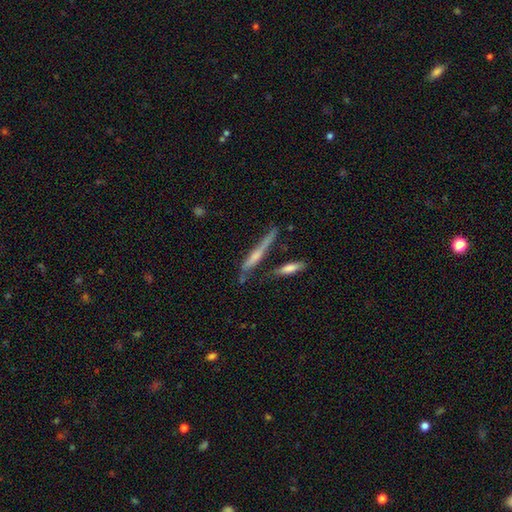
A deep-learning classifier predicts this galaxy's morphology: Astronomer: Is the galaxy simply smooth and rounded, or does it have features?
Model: featured or disk — 60%.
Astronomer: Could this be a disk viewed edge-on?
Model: yes — 93%.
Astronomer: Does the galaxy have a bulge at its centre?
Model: rounded — 55% (runner-up: none, 34%).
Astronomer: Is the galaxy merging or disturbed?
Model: none — 65%.